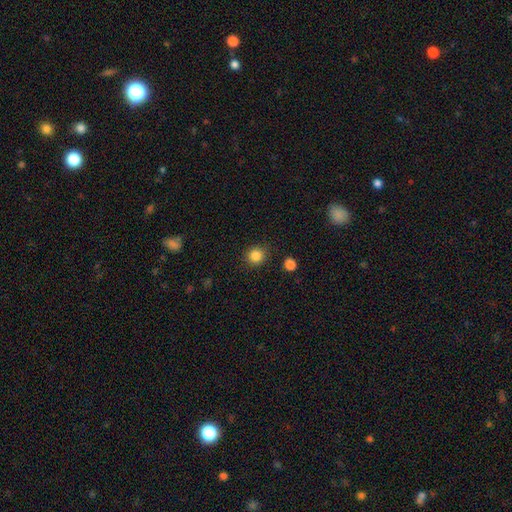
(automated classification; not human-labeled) Smooth or featured? smooth (85%)
How rounded? round (90%)
Merging? none (88%)